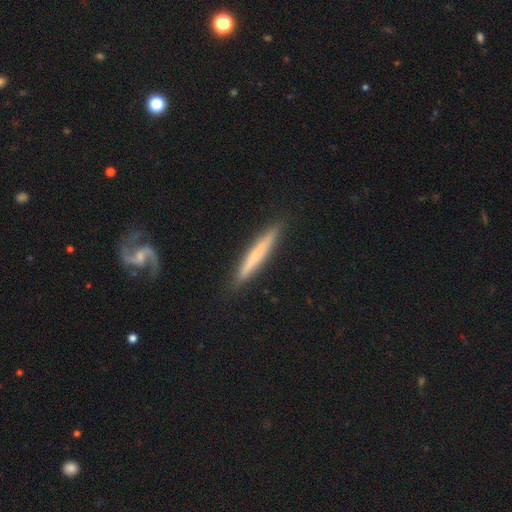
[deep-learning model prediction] Smooth or featured? Predicted: smooth (p=0.52). How rounded? Predicted: cigar-shaped (p=0.95). Merging? Predicted: none (p=0.88).